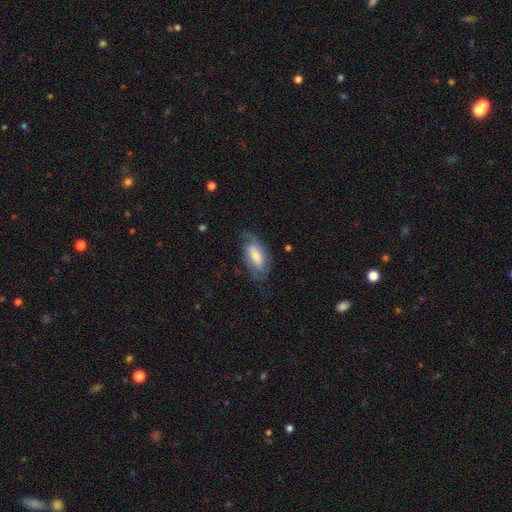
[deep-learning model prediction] A featured or disk galaxy (63%) with no bar (46%), 2 (66%) medium (42%) spiral arms (89%) and a moderate central bulge (37%). Merging: none (66%).